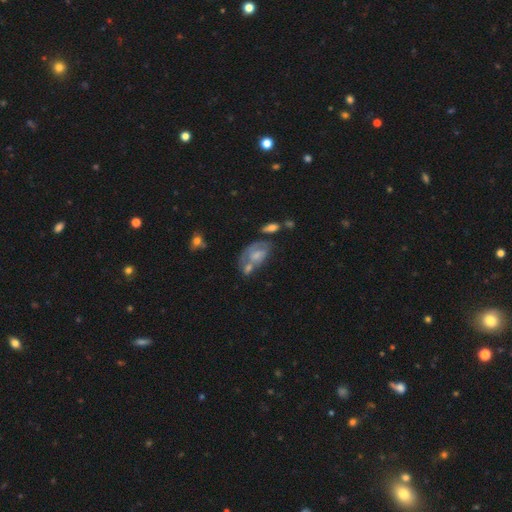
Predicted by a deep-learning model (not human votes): A featured or disk galaxy (52%). Merging: merger (34%).